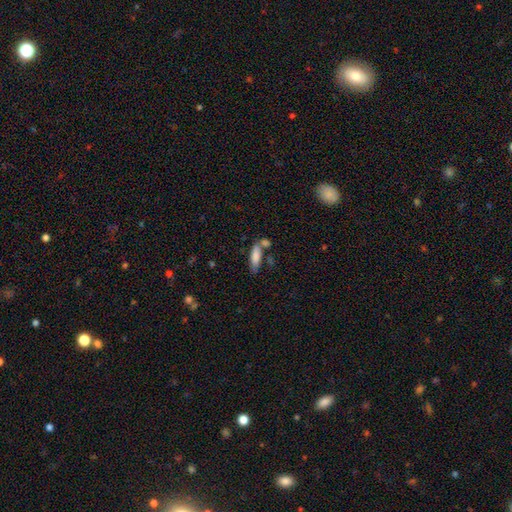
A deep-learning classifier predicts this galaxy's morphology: The model was most divided on "how rounded": in between: 55%, cigar-shaped: 43%, round: 2%. More confident: smooth or featured — smooth (82%); merging — none (53%).